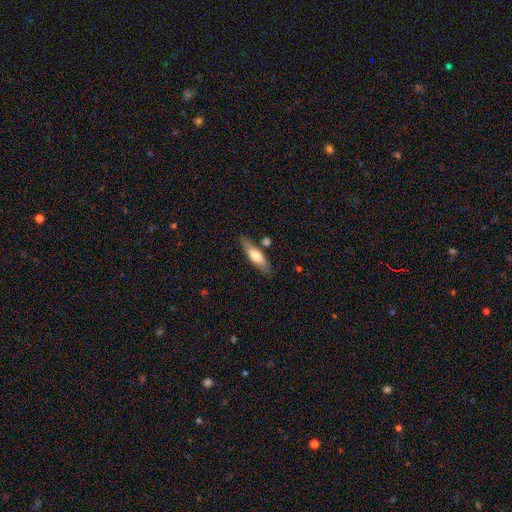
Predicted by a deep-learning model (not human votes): Smooth or featured? Predicted: smooth (p=0.63). How rounded? Predicted: cigar-shaped (p=0.59). Merging? Predicted: none (p=0.76).